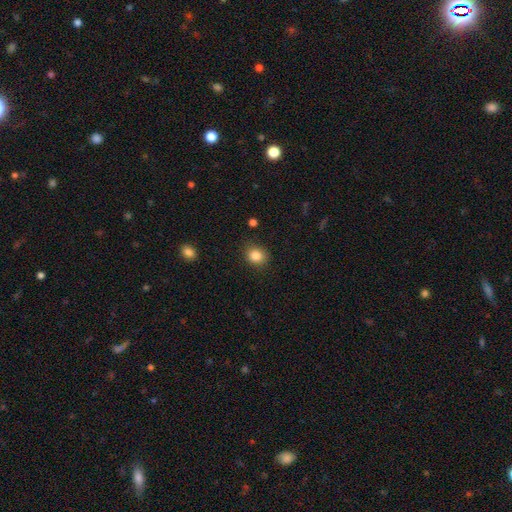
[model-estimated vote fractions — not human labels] Morphology: type=smooth (85%); roundness=round (70%); merging=none (85%).